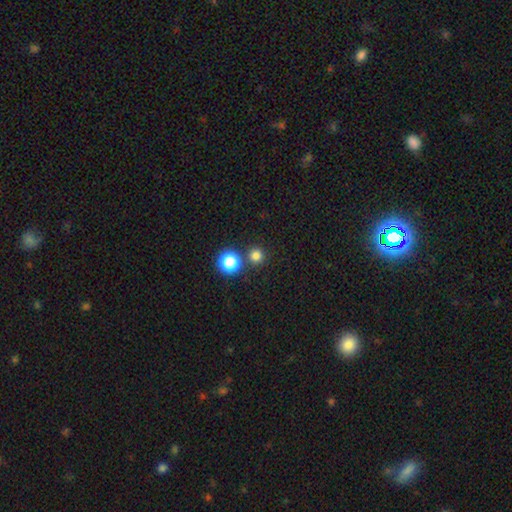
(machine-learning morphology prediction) type=smooth (77%); roundness=round (94%); merging=none (79%).